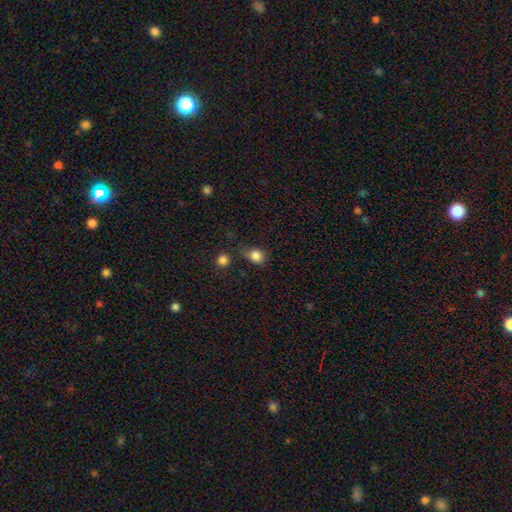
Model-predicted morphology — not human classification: type=smooth (84%); roundness=round (62%); merging=none (58%).